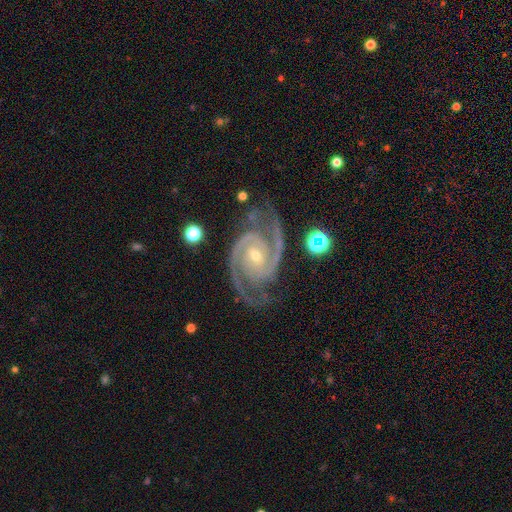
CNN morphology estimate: This is clearly a featured or disk galaxy (93%). It is clearly not viewed edge-on (98%). Bar: possibly no (52%). Spiral arm pattern: clearly yes (99%). Spiral arm count: clearly 2 (85%). Spiral winding: possibly tight (51%). Central bulge: likely small (64%). Merging: likely none (76%).